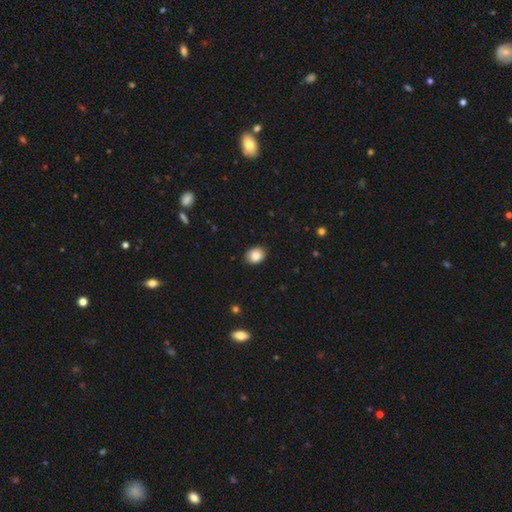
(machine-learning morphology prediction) A smooth galaxy with no disk features (87%) that is in between round and cigar-shaped (53%). Merging: none (89%).